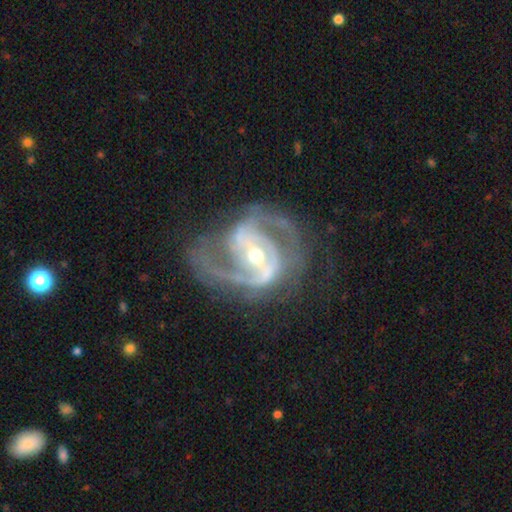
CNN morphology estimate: Smooth or featured: featured or disk — 92% (star or artifact — 5%)
Edge-on disk: no — 98% (yes — 2%)
Bar: weak — 39% (tied with strong — 39%)
Spiral arms: yes — 97% (no — 3%)
Spiral winding: medium — 55% (tight — 28%)
Spiral arm count: 2 — 70% (3 — 14%)
Bulge size: moderate — 58% (small — 37%)
Merging: none — 62% (minor disturbance — 19%)